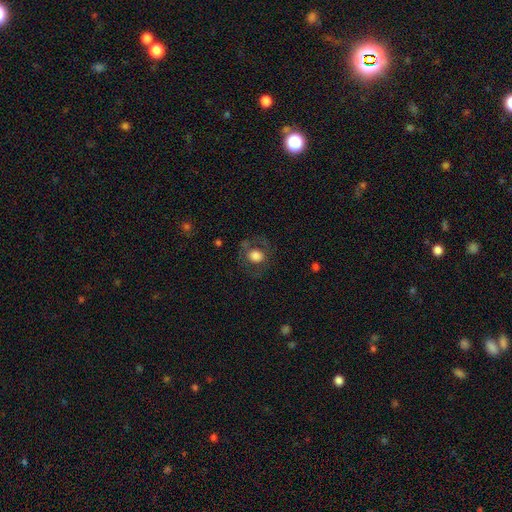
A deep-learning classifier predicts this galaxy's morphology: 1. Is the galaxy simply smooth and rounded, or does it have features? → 64% smooth, 26% featured or disk, 10% star or artifact.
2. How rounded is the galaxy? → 76% round, 23% in between, 1% cigar-shaped.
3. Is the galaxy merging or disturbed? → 70% none, 15% minor disturbance, 13% major disturbance, 2% merger.